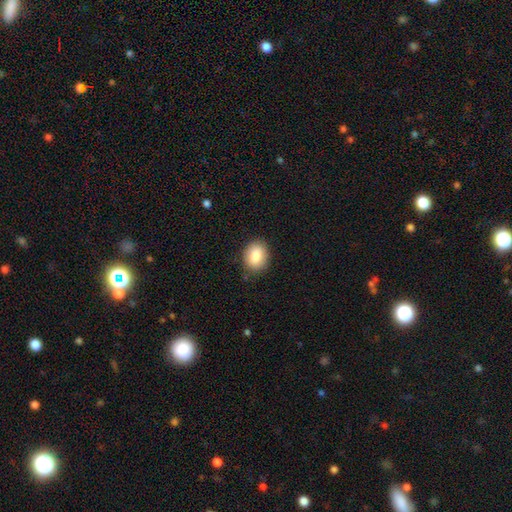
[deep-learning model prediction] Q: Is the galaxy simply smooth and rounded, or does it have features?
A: smooth — 85%.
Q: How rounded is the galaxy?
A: in between — 60%.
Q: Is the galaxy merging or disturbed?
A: none — 85%.